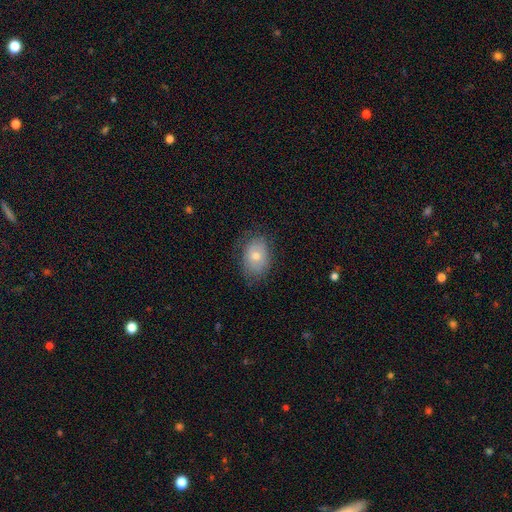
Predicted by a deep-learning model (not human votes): Smooth or featured? smooth (62%)
How rounded? in between (74%)
Merging? none (72%)